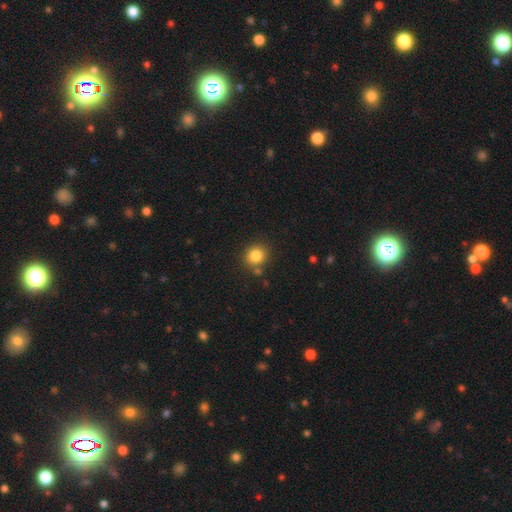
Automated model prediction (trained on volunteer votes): This appears to be a smooth galaxy with no disk features (83%) that is round (82%). Merging: none (80%).